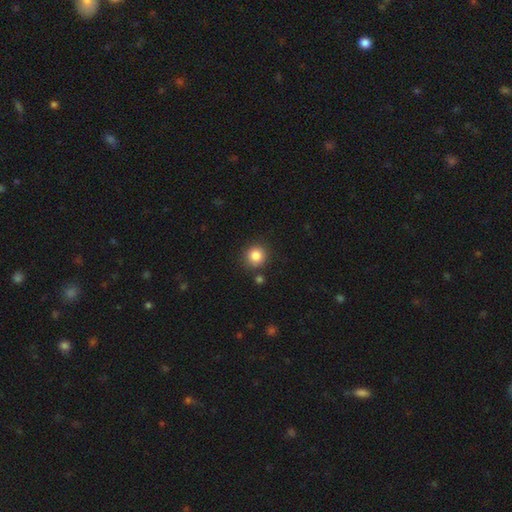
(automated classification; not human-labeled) smooth_or_featured: smooth (p=0.85) [alt: star or artifact p=0.10]
how_rounded: round (p=0.91) [alt: in between p=0.08]
merging: none (p=0.84) [alt: minor disturbance p=0.09]